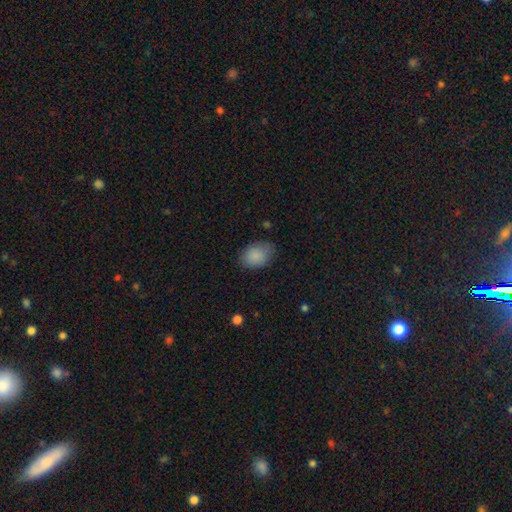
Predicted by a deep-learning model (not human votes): This appears to be a smooth galaxy with no disk features (88%) that is in between round and cigar-shaped (76%). Merging: none (77%).